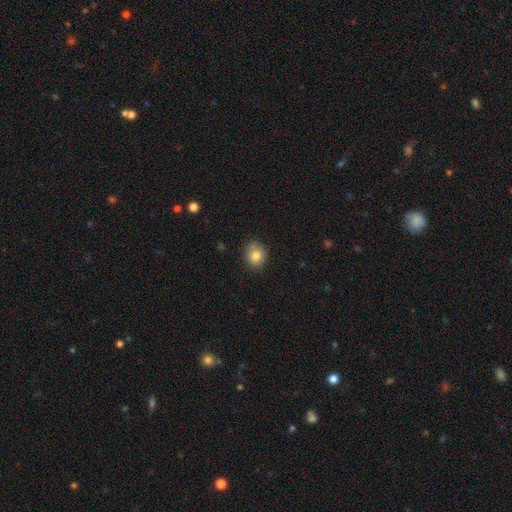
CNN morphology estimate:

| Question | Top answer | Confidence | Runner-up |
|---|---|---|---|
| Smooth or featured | smooth | 82% | star or artifact (9%) |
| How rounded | round | 63% | in between (36%) |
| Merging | none | 79% | minor disturbance (16%) |